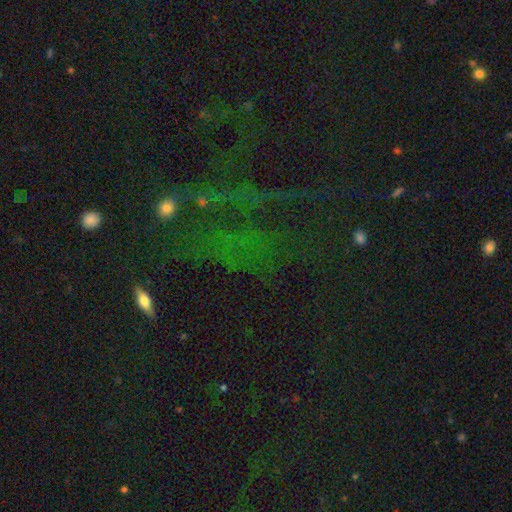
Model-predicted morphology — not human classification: smooth-or-featured: star or artifact: 61% | smooth: 22% | featured or disk: 17%